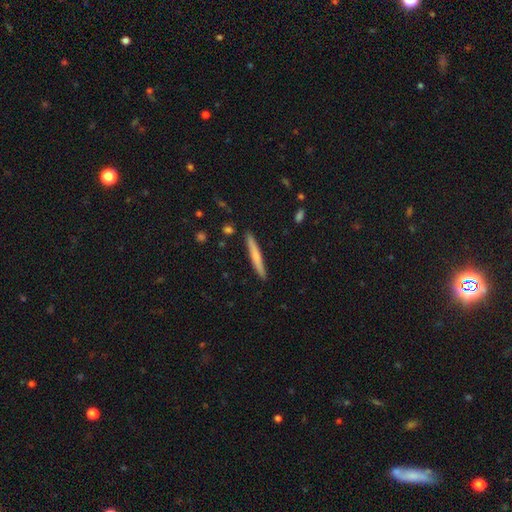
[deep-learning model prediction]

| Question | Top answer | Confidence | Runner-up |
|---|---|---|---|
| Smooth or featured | smooth | 61% | featured or disk (34%) |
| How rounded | cigar-shaped | 96% | in between (3%) |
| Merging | none | 91% | minor disturbance (7%) |